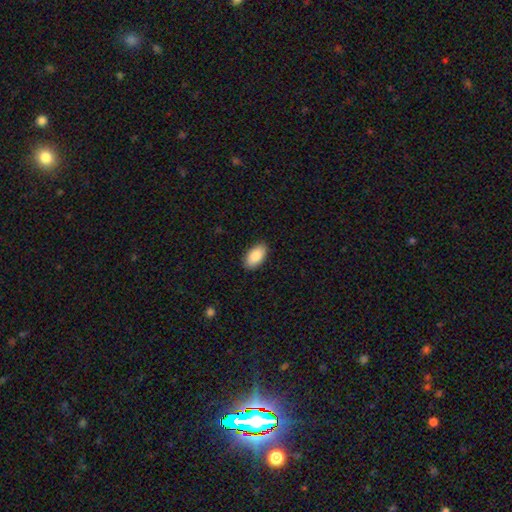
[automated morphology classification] smooth-or-featured: smooth: 89% | star or artifact: 6% | featured or disk: 5%
  how-rounded: in between: 95% | round: 3% | cigar-shaped: 2%
  merging: none: 89% | minor disturbance: 8% | major disturbance: 2% | merger: 1%